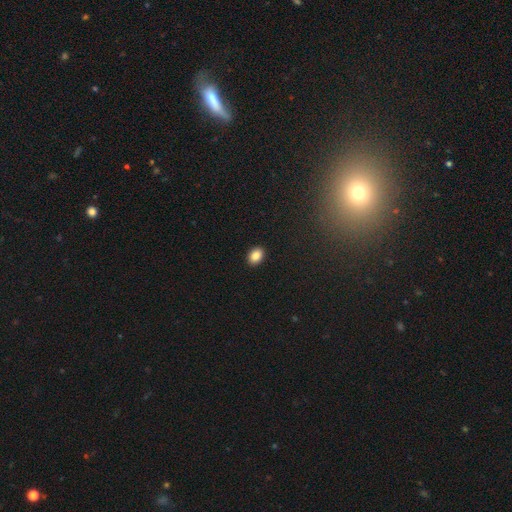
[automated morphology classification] Smooth or featured: smooth — 86% (star or artifact — 8%)
How rounded: in between — 74% (round — 25%)
Merging: none — 91% (minor disturbance — 6%)